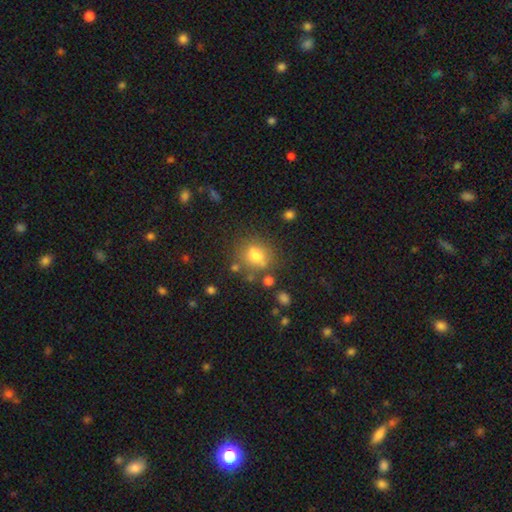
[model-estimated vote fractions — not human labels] This appears to be a smooth galaxy with no disk features (72%) that is round (66%). Merging: none (67%).